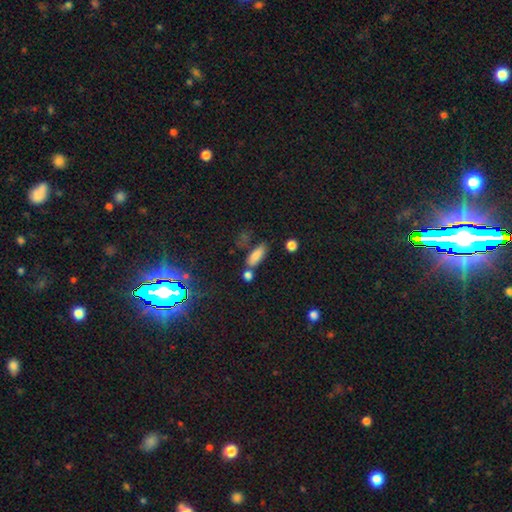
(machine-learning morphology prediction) Smooth or featured: smooth — 79% (star or artifact — 12%)
How rounded: in between — 67% (cigar-shaped — 29%)
Merging: none — 56% (minor disturbance — 18%)